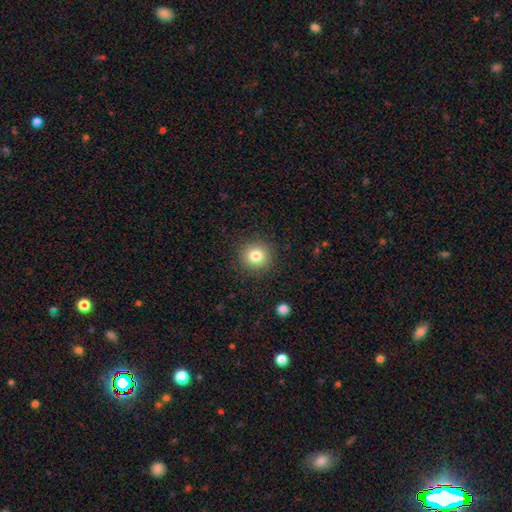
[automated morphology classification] The model was most divided on "smooth or featured": smooth: 81%, star or artifact: 12%, featured or disk: 8%. More confident: how rounded — round (93%); merging — none (90%).